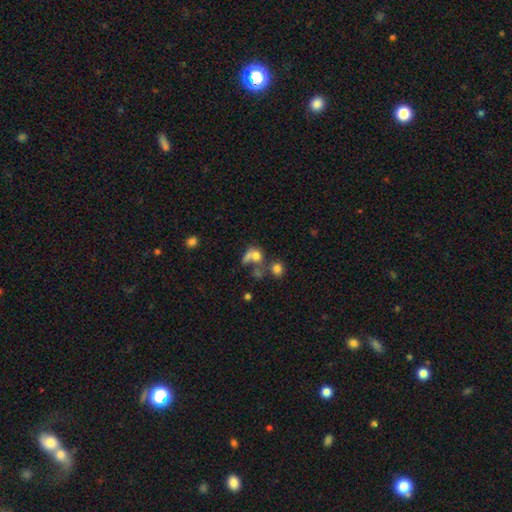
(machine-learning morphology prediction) Smooth or featured: smooth — 65% (featured or disk — 20%)
How rounded: round — 57% (in between — 40%)
Merging: merger — 44% (none — 27%)